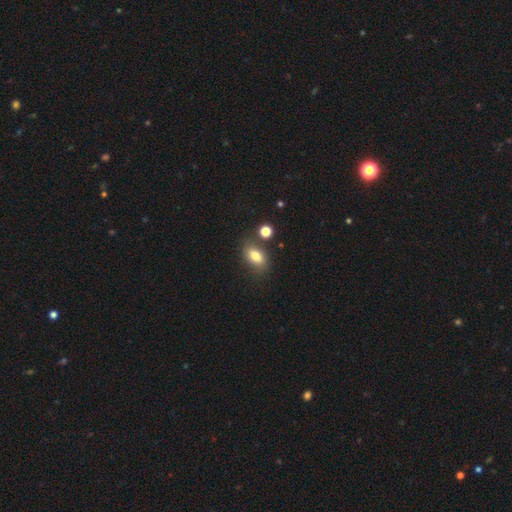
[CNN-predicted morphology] A smooth galaxy with no disk features (79%) that is in between round and cigar-shaped (84%). Merging: none (69%).